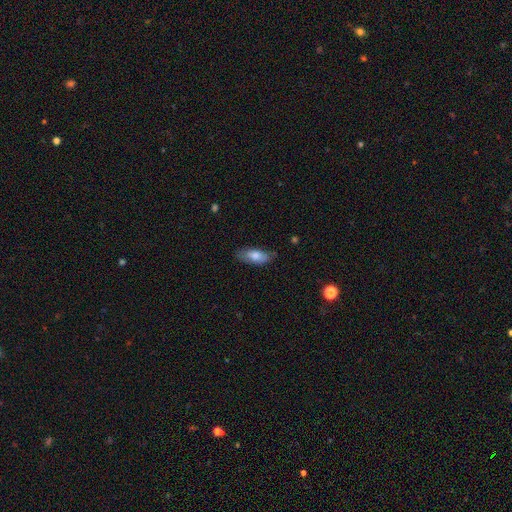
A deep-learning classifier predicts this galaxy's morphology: smooth 76%, featured or disk 17%, star or artifact 6%. Down the decision tree: how rounded — in between (78%); merging — none (75%).